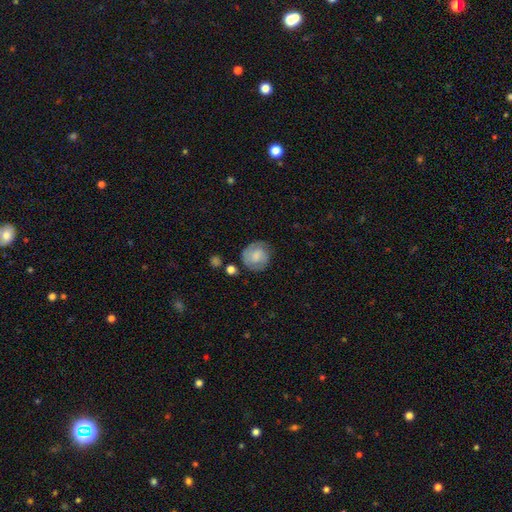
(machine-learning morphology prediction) This is possibly a smooth galaxy (58%). How rounded: clearly round (85%). Merging: likely none (69%).